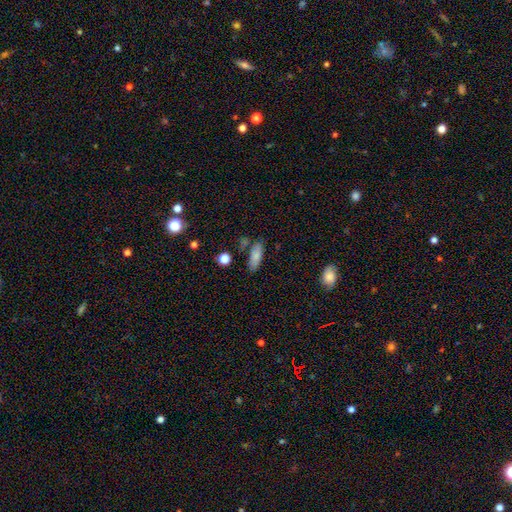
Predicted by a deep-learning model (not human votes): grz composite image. It shows a smooth galaxy with no disk features (82%) that is in between round and cigar-shaped (69%). Merging: none (74%).